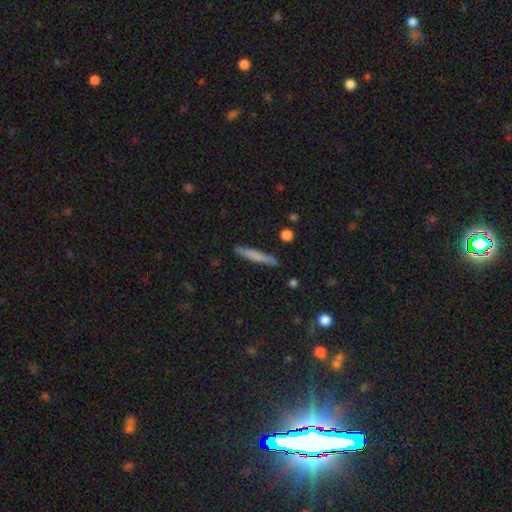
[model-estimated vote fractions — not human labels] Smooth or featured: smooth — 67% (featured or disk — 26%)
How rounded: cigar-shaped — 95% (in between — 4%)
Merging: none — 87% (minor disturbance — 9%)